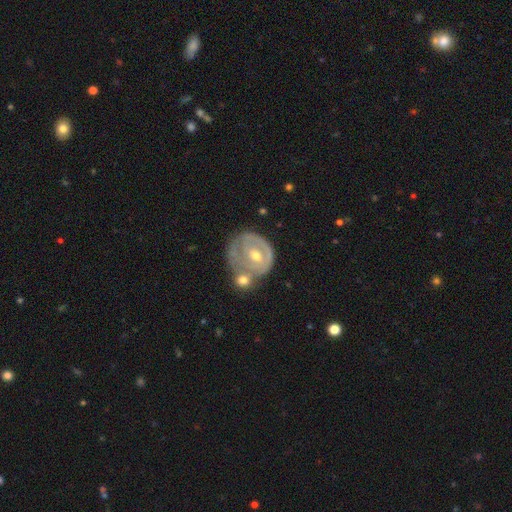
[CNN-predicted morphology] Overall: featured or disk (71%). Edge-on disk: no (96%). Bar: no (54%; weak 34%). Spiral arms: yes (57%; no 43%). Bulge size: moderate (60%; small 36%). Merging: none (41%; merger 29%).